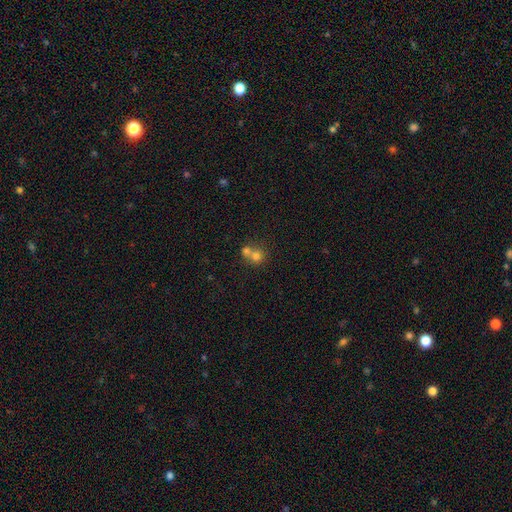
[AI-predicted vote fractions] This appears to be a smooth galaxy with no disk features (72%) that is round (82%). Merging: merger (61%).